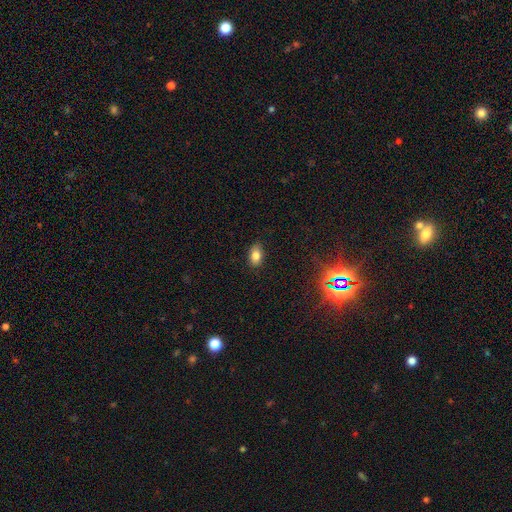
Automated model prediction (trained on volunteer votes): A smooth galaxy with no disk features (81%) that is in between round and cigar-shaped (86%).

Vote fractions:
- Smooth or featured? smooth: 81% / star or artifact: 11% / featured or disk: 8%
- How rounded? in between: 86% / round: 12% / cigar-shaped: 2%
- Merging? none: 86% / minor disturbance: 11% / major disturbance: 2% / merger: 1%